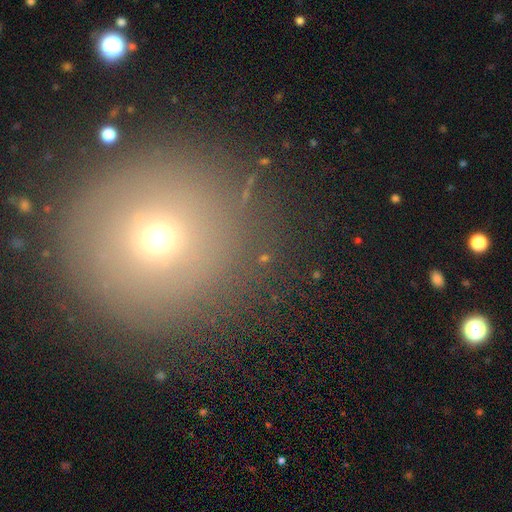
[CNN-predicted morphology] This appears to be a smooth galaxy with no disk features (61%) that is round (94%). Merging: none (87%).